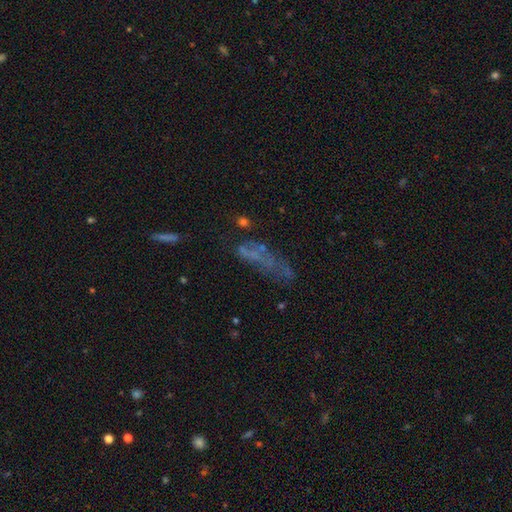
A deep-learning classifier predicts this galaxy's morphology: smooth_or_featured: featured or disk (p=0.40) [alt: smooth p=0.36]
merging: none (p=0.41) [alt: major disturbance p=0.27]